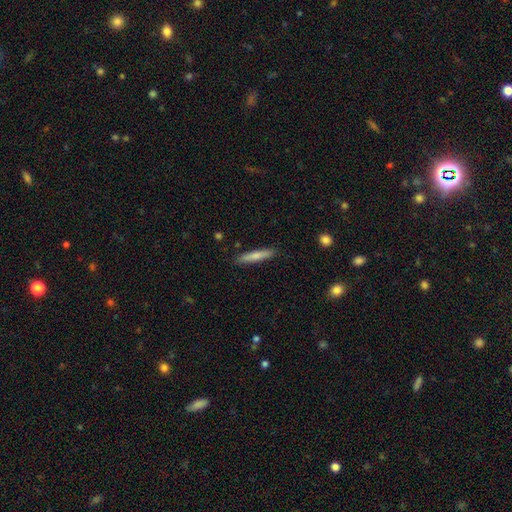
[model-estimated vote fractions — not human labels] smooth-or-featured: smooth: 72% | featured or disk: 22% | star or artifact: 6%
  how-rounded: cigar-shaped: 90% | in between: 8% | round: 1%
  merging: none: 89% | minor disturbance: 8% | major disturbance: 2% | merger: 1%